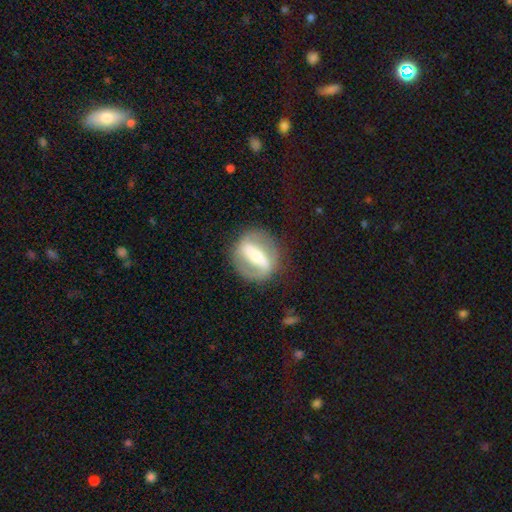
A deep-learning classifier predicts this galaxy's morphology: A featured or disk galaxy (75%) with a strong bar (77%), spiral arms (63%) and a moderate central bulge (45%). Merging: none (81%).